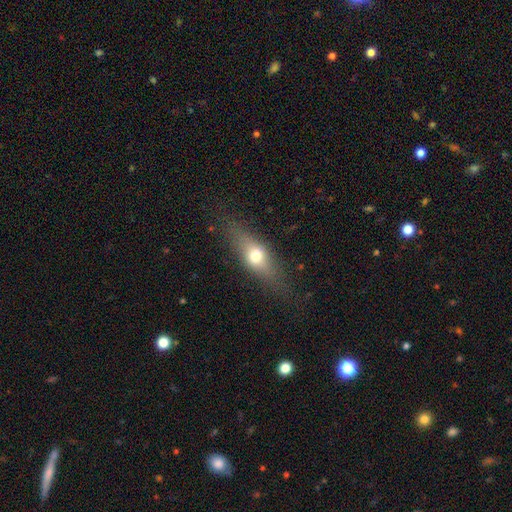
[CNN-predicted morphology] This appears to be a smooth galaxy with no disk features (56%) that is in between round and cigar-shaped (56%). Merging: none (77%).